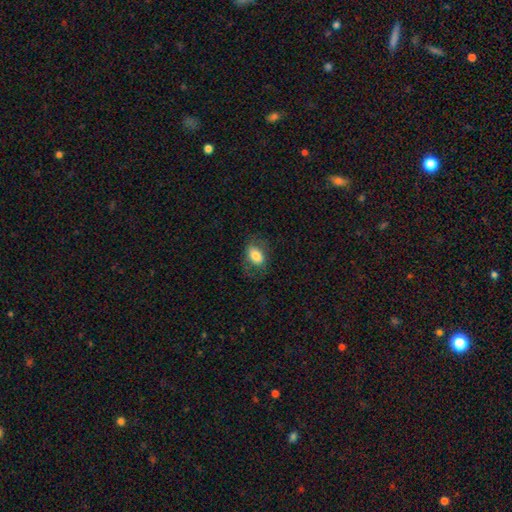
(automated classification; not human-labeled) Smooth or featured: smooth — 77% (featured or disk — 15%)
How rounded: in between — 85% (round — 14%)
Merging: none — 69% (minor disturbance — 18%)